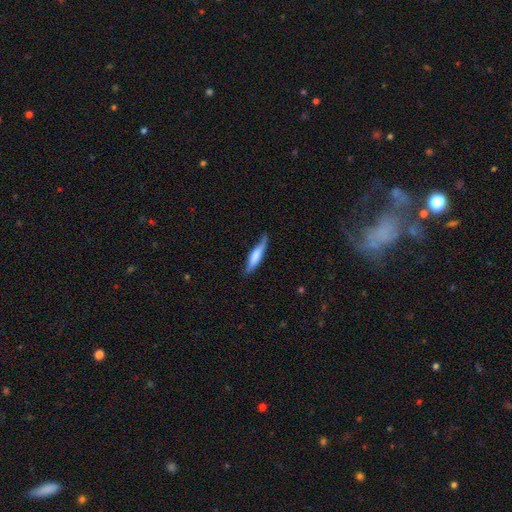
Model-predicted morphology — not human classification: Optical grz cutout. It shows a smooth galaxy with no disk features (65%) that is cigar-shaped (81%). Merging: none (68%).